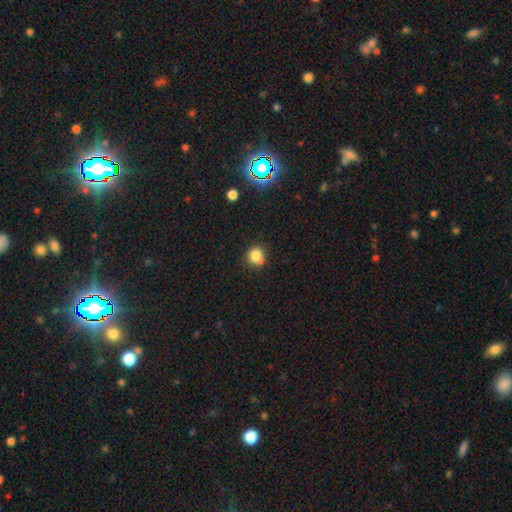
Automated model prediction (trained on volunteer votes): Smooth or featured: smooth — 81% (star or artifact — 12%)
How rounded: round — 86% (in between — 13%)
Merging: none — 65% (minor disturbance — 16%)